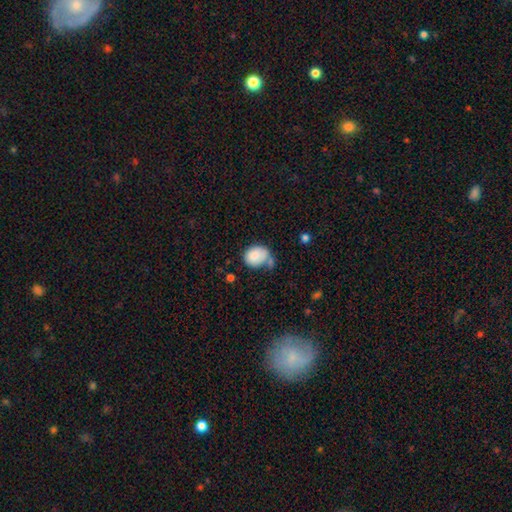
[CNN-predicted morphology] A smooth galaxy with no disk features (82%) that is in between round and cigar-shaped (57%).

Vote fractions:
- Smooth or featured? smooth: 82% / featured or disk: 10% / star or artifact: 7%
- How rounded? in between: 57% / round: 43% / cigar-shaped: 1%
- Merging? none: 43% / minor disturbance: 26% / merger: 19% / major disturbance: 12%